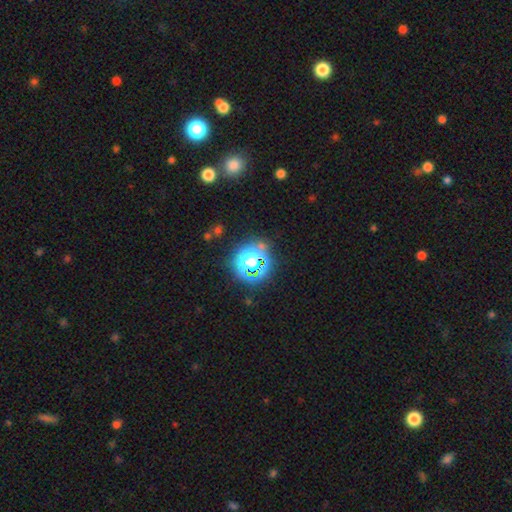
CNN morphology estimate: Q: Smooth or featured?
A: star or artifact (68%); runner-up: smooth (23%)